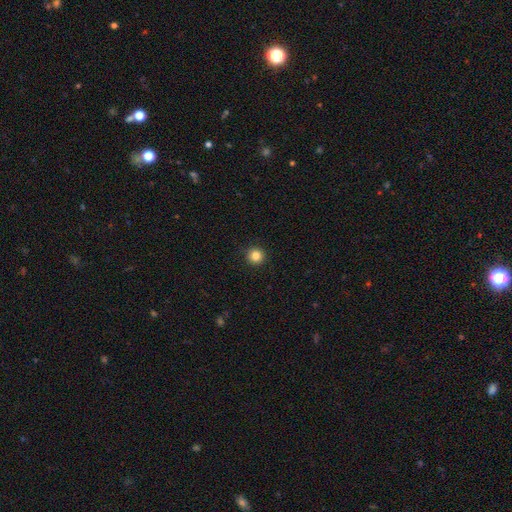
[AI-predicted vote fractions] A smooth galaxy with no disk features (85%) that is round (95%). Merging: none (92%).